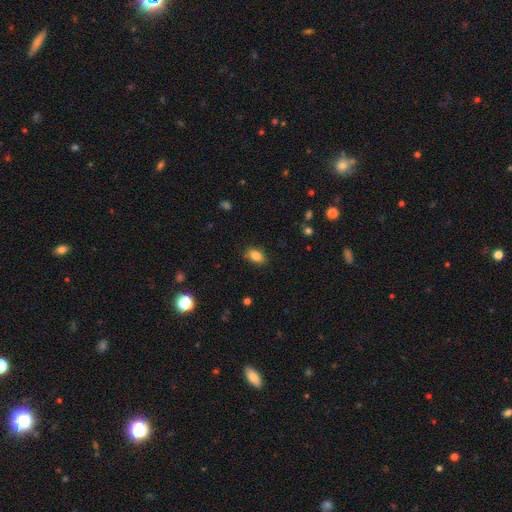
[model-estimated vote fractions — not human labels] A smooth galaxy with no disk features (85%) that is in between round and cigar-shaped (83%). Merging: none (86%).